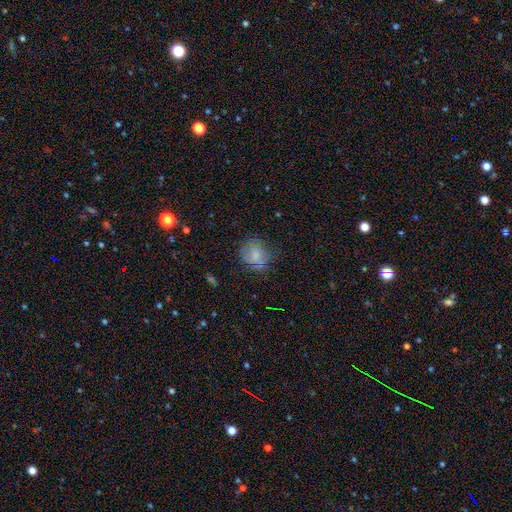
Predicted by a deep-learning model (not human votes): smooth 66%, featured or disk 23%, star or artifact 12%. Down the decision tree: how rounded — round (77%); merging — none (65%).